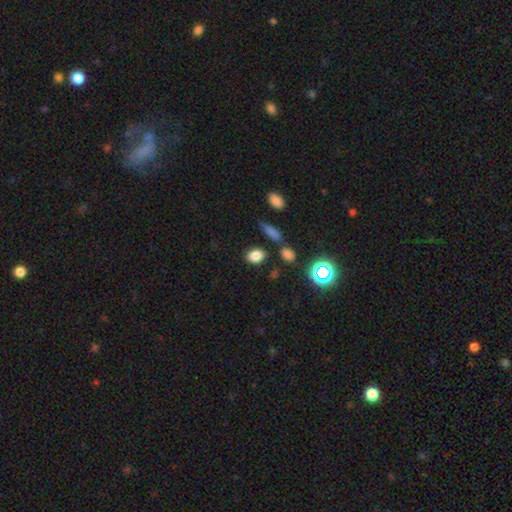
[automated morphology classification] Smooth or featured: smooth — 82% (star or artifact — 12%)
How rounded: in between — 75% (round — 23%)
Merging: none — 80% (minor disturbance — 10%)